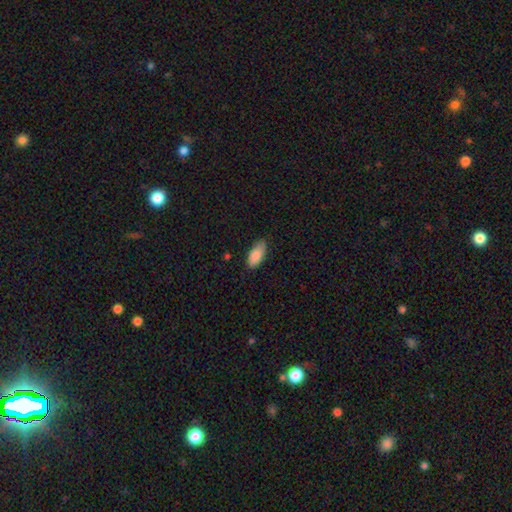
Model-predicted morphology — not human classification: smooth-or-featured: smooth: 87% | featured or disk: 7% | star or artifact: 6%
  how-rounded: in between: 88% | cigar-shaped: 10% | round: 2%
  merging: none: 79% | minor disturbance: 18% | major disturbance: 3% | merger: 1%